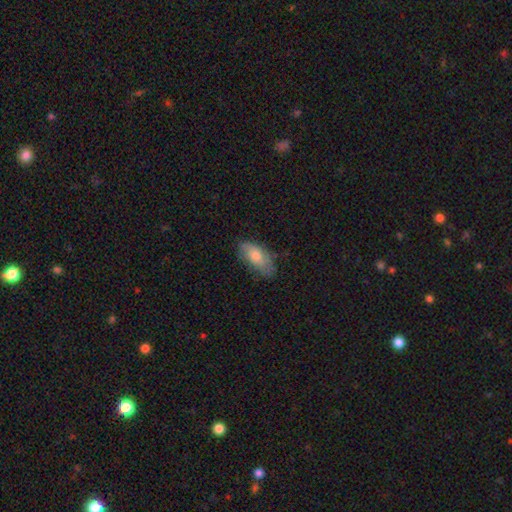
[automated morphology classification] This is likely a smooth galaxy (67%). How rounded: clearly in between (87%). Merging: likely none (68%).